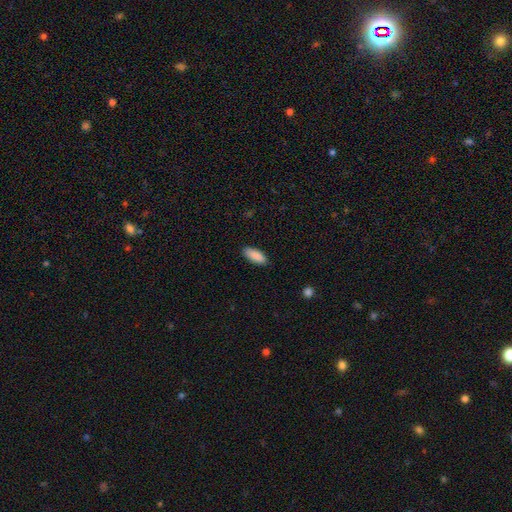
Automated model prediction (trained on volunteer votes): Morphology: type=smooth (89%); roundness=in between (78%); merging=none (87%).